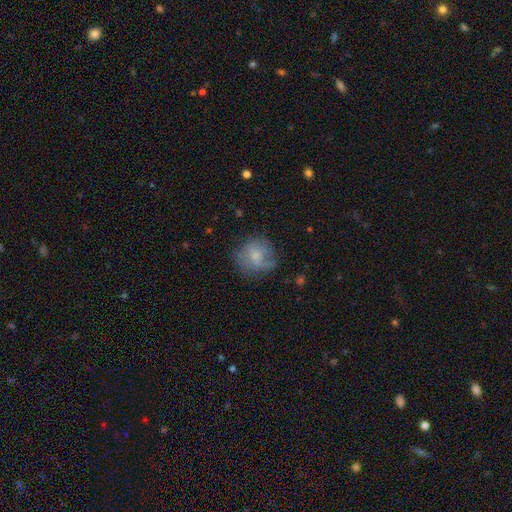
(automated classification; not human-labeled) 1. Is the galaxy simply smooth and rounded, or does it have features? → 58% smooth, 32% featured or disk, 9% star or artifact.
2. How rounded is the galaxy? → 83% round, 16% in between, 1% cigar-shaped.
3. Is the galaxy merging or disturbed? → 60% none, 23% minor disturbance, 15% major disturbance, 2% merger.